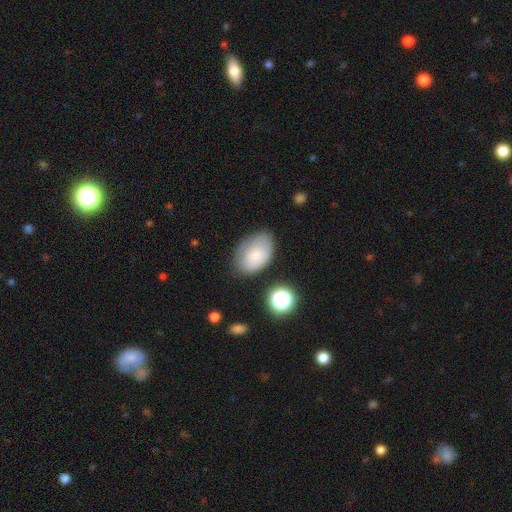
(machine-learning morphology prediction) smooth 75%, featured or disk 16%, star or artifact 9%. Down the decision tree: how rounded — in between (88%); merging — none (68%).